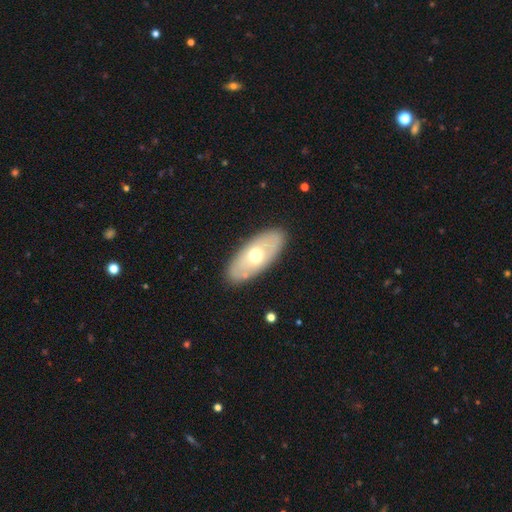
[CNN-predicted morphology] A smooth galaxy with no disk features (53%) that is in between round and cigar-shaped (87%).

Vote fractions:
- Smooth or featured? smooth: 53% / featured or disk: 41% / star or artifact: 6%
- How rounded? in between: 87% / cigar-shaped: 9% / round: 3%
- Merging? none: 85% / minor disturbance: 10% / major disturbance: 3% / merger: 2%